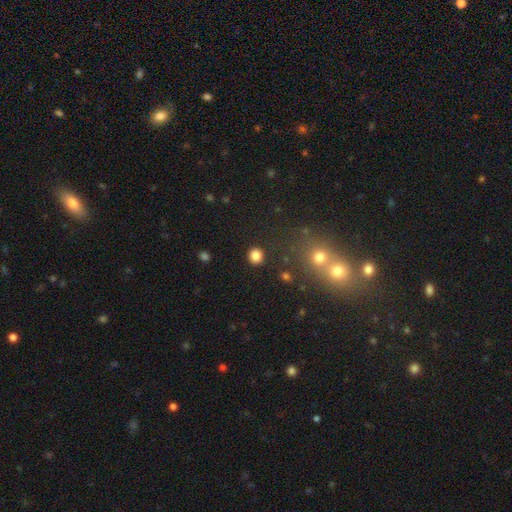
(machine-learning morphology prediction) smooth-or-featured: smooth: 84% | star or artifact: 12% | featured or disk: 4%
  how-rounded: round: 85% | in between: 14% | cigar-shaped: 1%
  merging: none: 90% | minor disturbance: 6% | major disturbance: 2% | merger: 2%